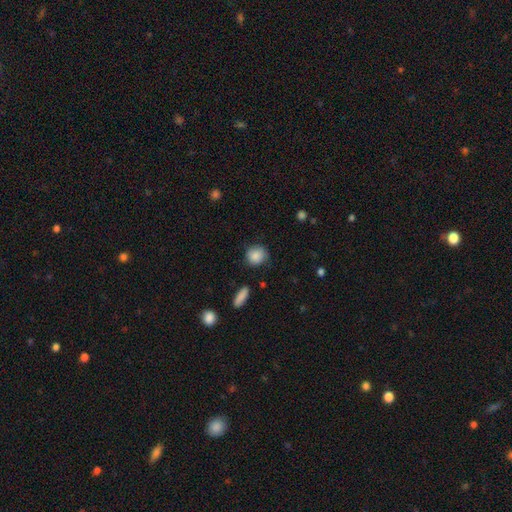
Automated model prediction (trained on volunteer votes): A smooth galaxy with no disk features (87%) that is round (83%). Merging: none (79%).